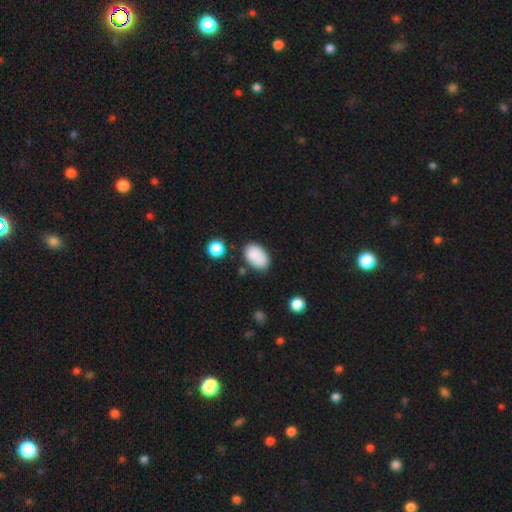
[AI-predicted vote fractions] smooth_or_featured: smooth (p=0.85) [alt: star or artifact p=0.08]
how_rounded: in between (p=0.89) [alt: round p=0.10]
merging: none (p=0.71) [alt: minor disturbance p=0.19]